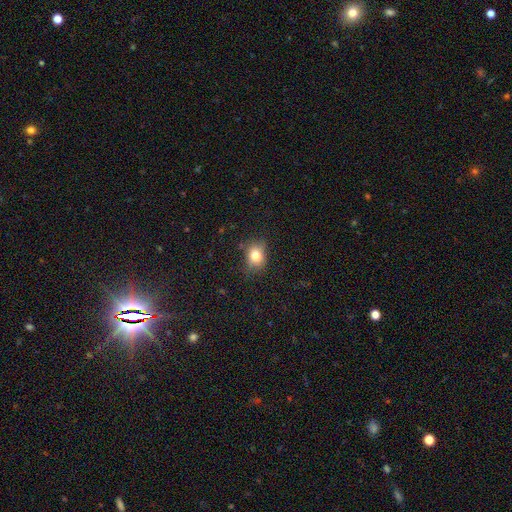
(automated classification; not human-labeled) Overall: smooth (78%). How rounded: in between (50%; round 49%). Merging: none (72%).